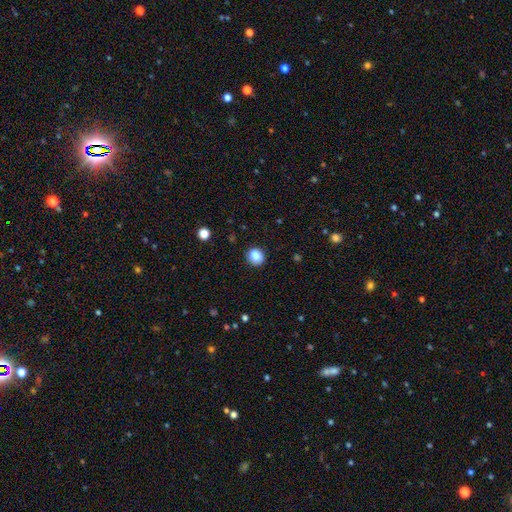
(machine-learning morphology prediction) Smooth or featured? Predicted: smooth (p=0.86). How rounded? Predicted: round (p=0.73). Merging? Predicted: none (p=0.89).